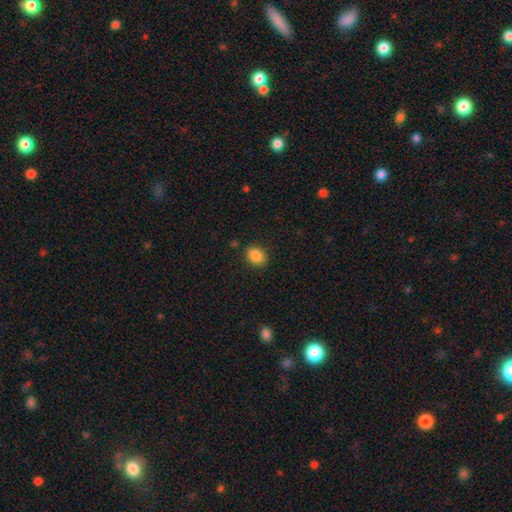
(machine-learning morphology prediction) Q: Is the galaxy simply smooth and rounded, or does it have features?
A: smooth — 87%.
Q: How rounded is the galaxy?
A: in between — 60%.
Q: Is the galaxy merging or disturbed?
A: none — 87%.